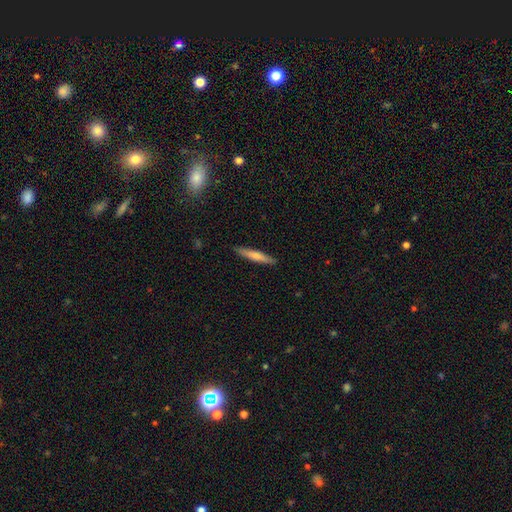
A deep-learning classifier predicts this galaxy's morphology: Smooth or featured? smooth (64%)
How rounded? cigar-shaped (92%)
Merging? none (89%)